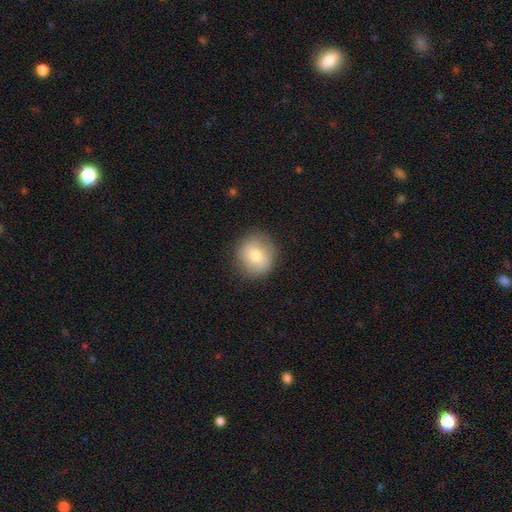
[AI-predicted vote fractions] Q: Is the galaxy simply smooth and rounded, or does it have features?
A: smooth — 70%.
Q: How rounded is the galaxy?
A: round — 89%.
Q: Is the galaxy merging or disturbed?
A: none — 85%.